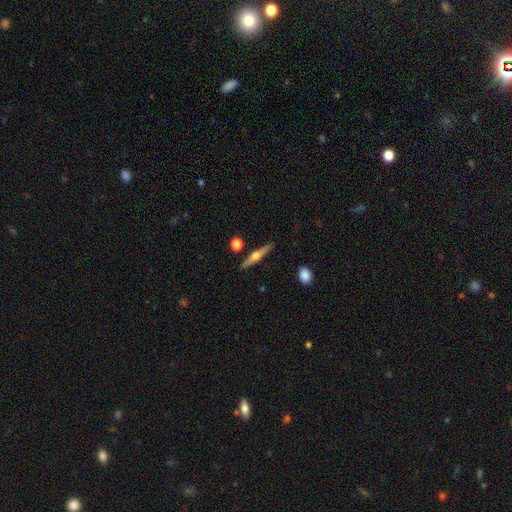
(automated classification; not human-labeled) Smooth or featured?
  - featured or disk: 70% *
  - smooth: 24%
  - star or artifact: 6%
Edge-on disk?
  - yes: 97% *
  - no: 3%
Edge-on bulge?
  - rounded: 94% *
  - boxy: 4%
  - none: 3%
Merging?
  - none: 89% *
  - minor disturbance: 7%
  - merger: 2%
  - major disturbance: 2%